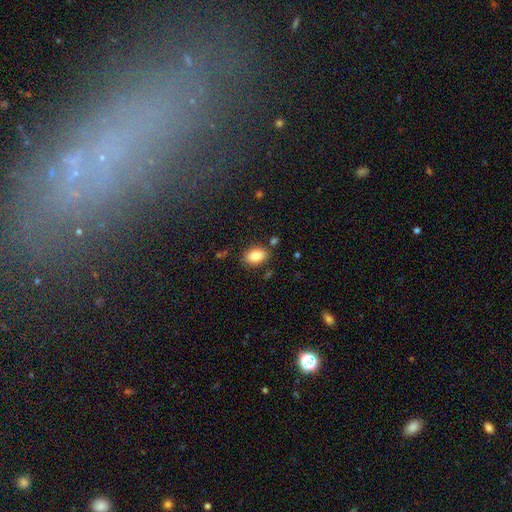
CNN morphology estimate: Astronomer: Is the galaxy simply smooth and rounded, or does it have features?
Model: smooth — 85%.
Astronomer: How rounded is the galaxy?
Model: in between — 87%.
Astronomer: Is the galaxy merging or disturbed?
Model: none — 81%.